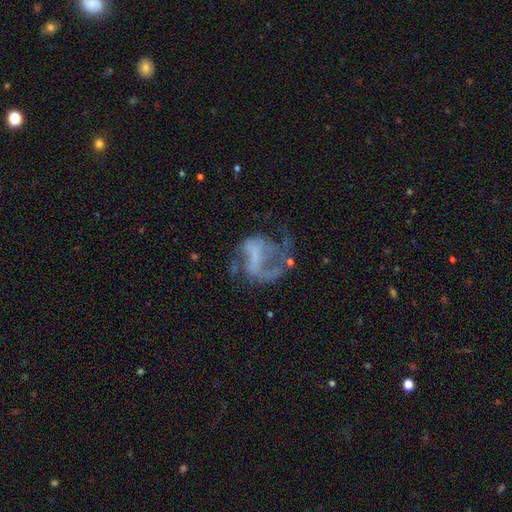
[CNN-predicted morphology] Smooth or featured?
  - featured or disk: 72% *
  - smooth: 16%
  - star or artifact: 12%
Edge-on disk?
  - no: 98% *
  - yes: 2%
Bar?
  - no: 40% *
  - weak: 34%
  - strong: 26%
Spiral arms?
  - yes: 67% *
  - no: 33%
Bulge size?
  - none: 70% *
  - small: 14%
  - moderate: 9%
  - large: 5%
  - dominant: 2%
Merging?
  - major disturbance: 39% *
  - none: 37%
  - minor disturbance: 18%
  - merger: 6%